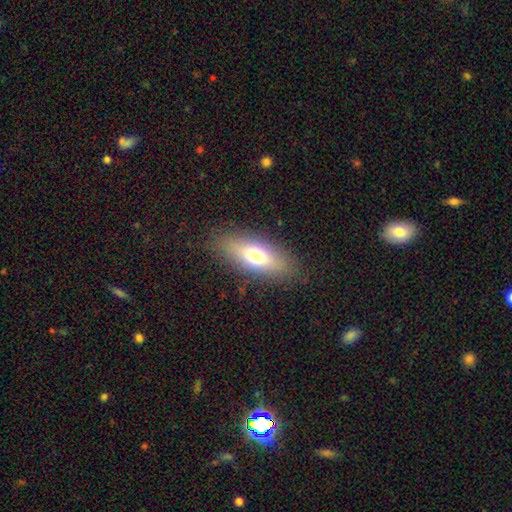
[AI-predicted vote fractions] Smooth or featured? smooth (68%)
How rounded? in between (74%)
Merging? none (85%)